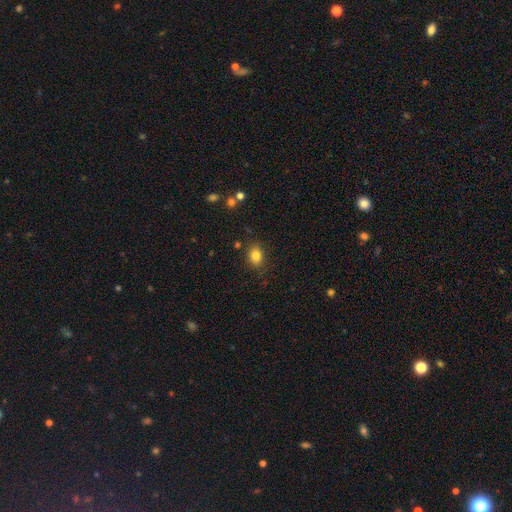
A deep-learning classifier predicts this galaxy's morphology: This appears to be a smooth galaxy with no disk features (83%) that is in between round and cigar-shaped (60%). Merging: none (84%).